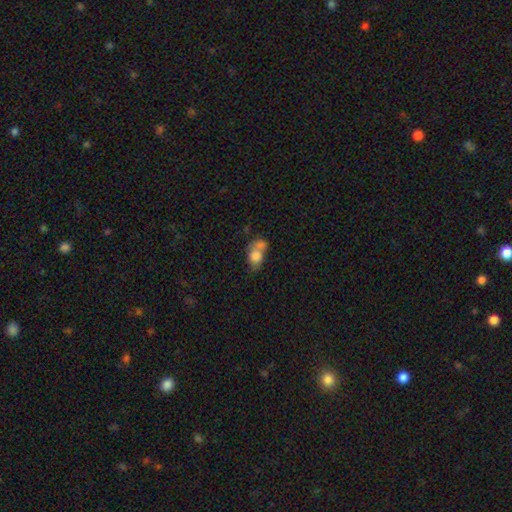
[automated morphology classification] A smooth galaxy with no disk features (74%) that is in between round and cigar-shaped (64%). Merging: merger (60%).